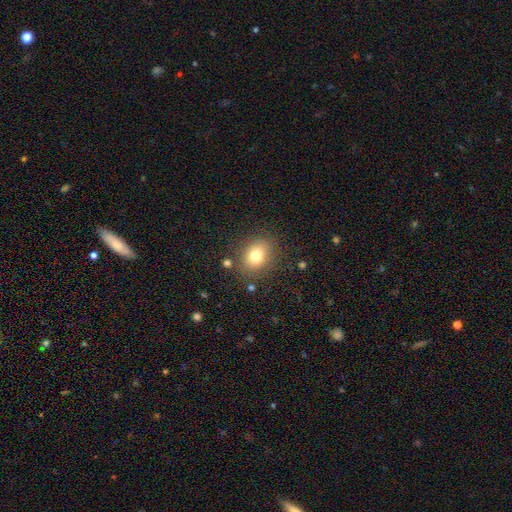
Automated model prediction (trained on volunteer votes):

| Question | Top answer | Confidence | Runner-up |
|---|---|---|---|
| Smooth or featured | smooth | 78% | star or artifact (11%) |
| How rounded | in between | 54% | round (45%) |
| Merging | none | 82% | minor disturbance (11%) |